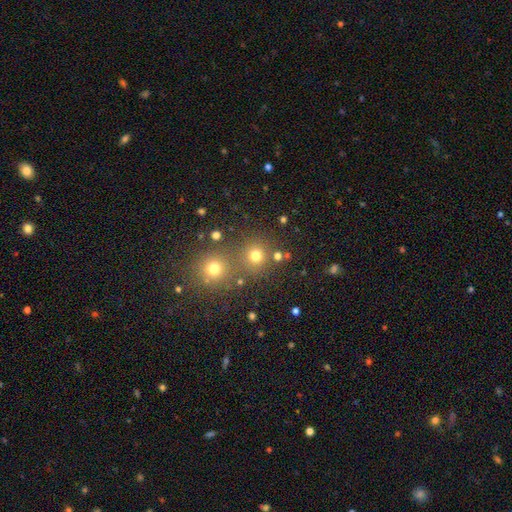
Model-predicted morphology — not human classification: Smooth or featured? Predicted: smooth (p=0.74). How rounded? Predicted: round (p=0.90). Merging? Predicted: none (p=0.70).